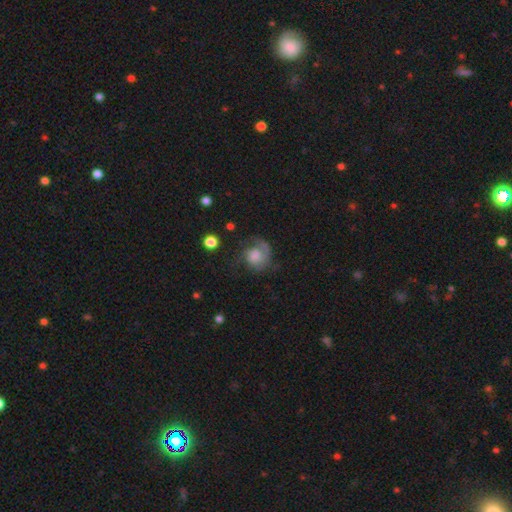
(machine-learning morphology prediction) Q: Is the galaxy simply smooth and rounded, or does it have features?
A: featured or disk — 53%.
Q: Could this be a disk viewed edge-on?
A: no — 98%.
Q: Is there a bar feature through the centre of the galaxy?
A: no — 75%.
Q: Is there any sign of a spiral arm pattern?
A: yes — 83%.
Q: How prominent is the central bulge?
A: none — 27%.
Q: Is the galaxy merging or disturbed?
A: none — 47%.